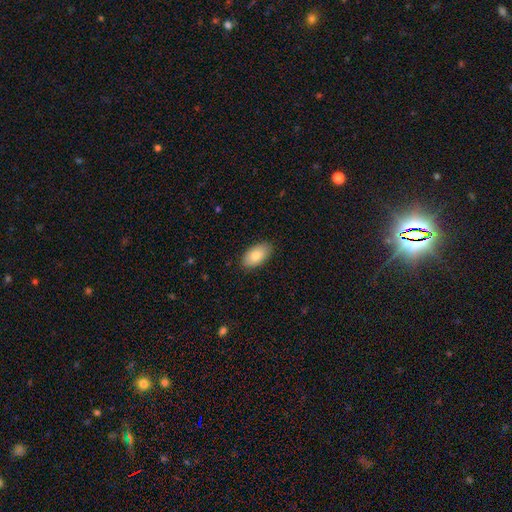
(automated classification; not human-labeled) Morphology: type=smooth (80%); roundness=in between (94%); merging=none (87%).